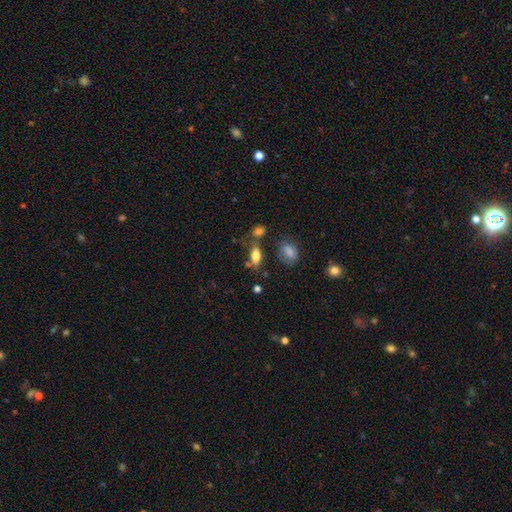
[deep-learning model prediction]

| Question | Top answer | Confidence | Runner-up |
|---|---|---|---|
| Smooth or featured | smooth | 75% | featured or disk (16%) |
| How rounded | in between | 80% | cigar-shaped (15%) |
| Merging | none | 59% | minor disturbance (17%) |